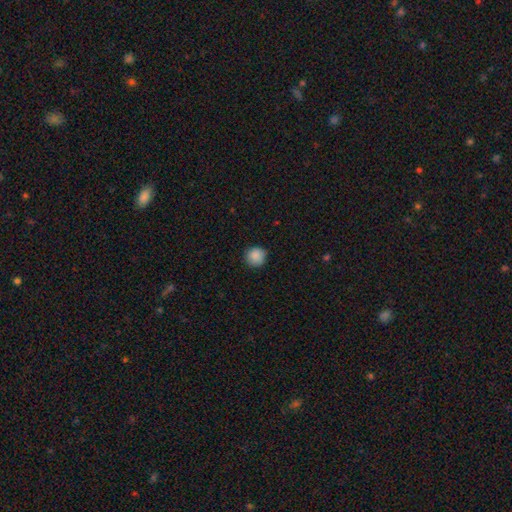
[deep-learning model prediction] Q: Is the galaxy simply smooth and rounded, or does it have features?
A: smooth — 88%.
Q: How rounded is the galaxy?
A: round — 94%.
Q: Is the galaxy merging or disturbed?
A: none — 88%.